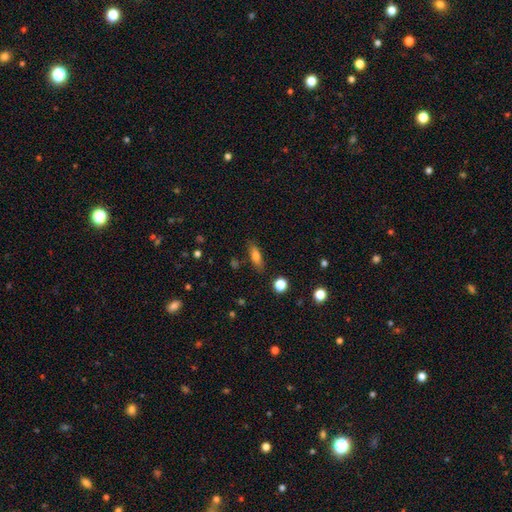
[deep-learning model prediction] A smooth galaxy with no disk features (77%) that is in between round and cigar-shaped (62%).

Vote fractions:
- Smooth or featured? smooth: 77% / featured or disk: 14% / star or artifact: 9%
- How rounded? in between: 62% / cigar-shaped: 34% / round: 4%
- Merging? none: 81% / minor disturbance: 13% / major disturbance: 3% / merger: 3%